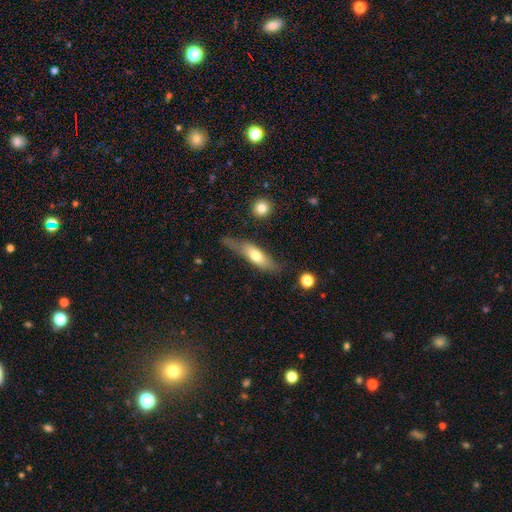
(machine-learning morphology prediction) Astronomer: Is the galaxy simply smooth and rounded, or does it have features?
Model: smooth — 60%.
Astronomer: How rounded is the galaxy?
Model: cigar-shaped — 55% (runner-up: in between, 43%).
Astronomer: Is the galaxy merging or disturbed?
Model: none — 57%.